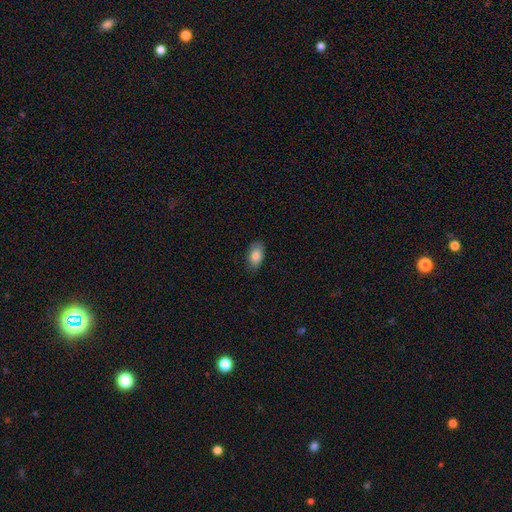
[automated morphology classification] smooth 84%, featured or disk 9%, star or artifact 7%. Down the decision tree: how rounded — in between (92%); merging — none (82%).